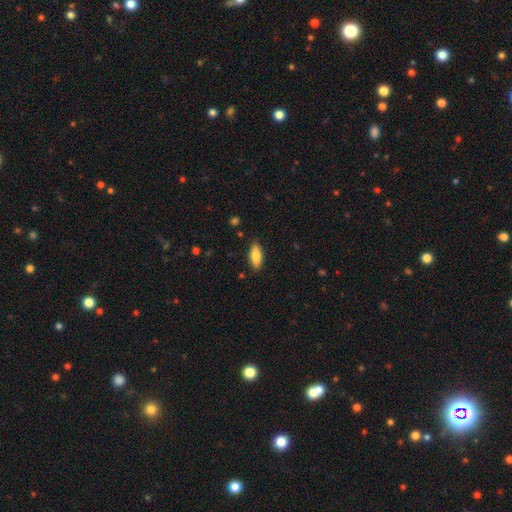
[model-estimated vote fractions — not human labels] Smooth or featured? smooth (81%)
How rounded? in between (74%)
Merging? none (87%)